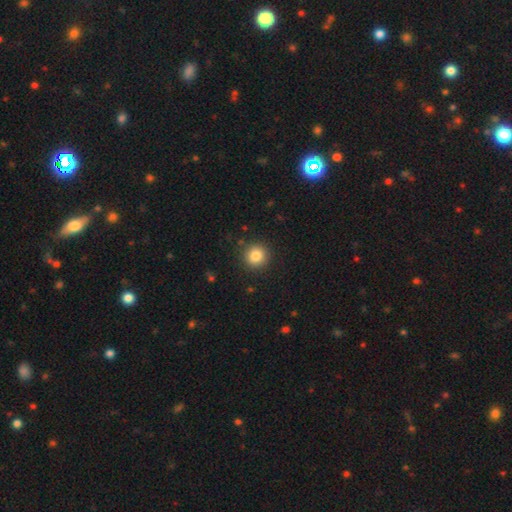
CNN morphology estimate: Smooth or featured? Predicted: smooth (p=0.84). How rounded? Predicted: round (p=0.94). Merging? Predicted: none (p=0.90).